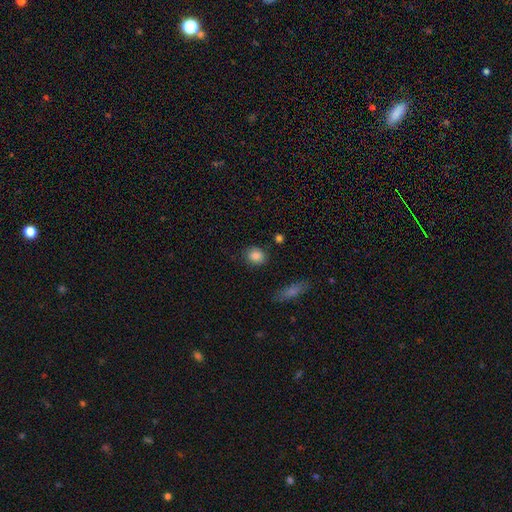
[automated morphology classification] The model was most divided on "how rounded": round: 69%, in between: 29%, cigar-shaped: 2%. More confident: smooth or featured — smooth (87%); merging — none (84%).